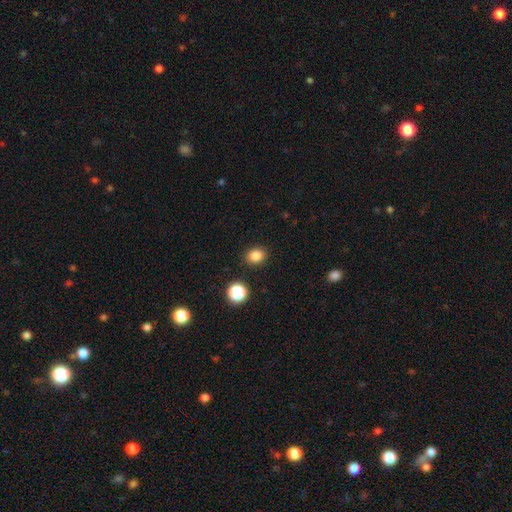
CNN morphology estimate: smooth-or-featured: smooth: 84% | star or artifact: 12% | featured or disk: 4%
  how-rounded: round: 52% | in between: 47% | cigar-shaped: 1%
  merging: none: 88% | minor disturbance: 8% | major disturbance: 2% | merger: 2%